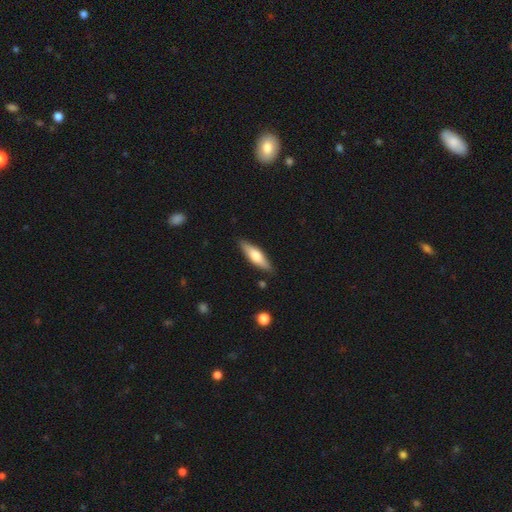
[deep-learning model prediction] This appears to be a smooth galaxy with no disk features (59%) that is cigar-shaped (61%). Merging: none (87%).